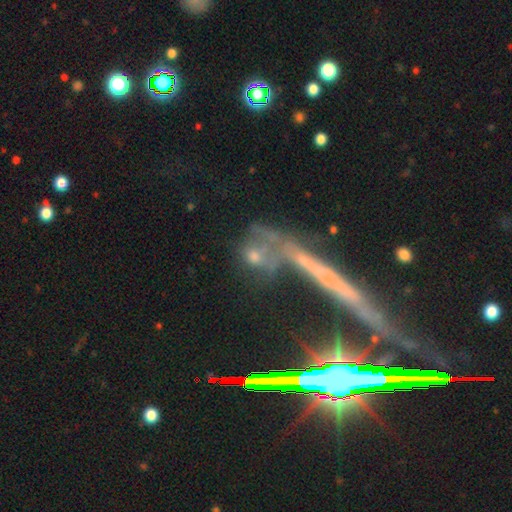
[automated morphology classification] The model was most divided on "merging": none: 37%, merger: 30%, major disturbance: 19%, minor disturbance: 14%. Remaining: smooth or featured — smooth (43%).